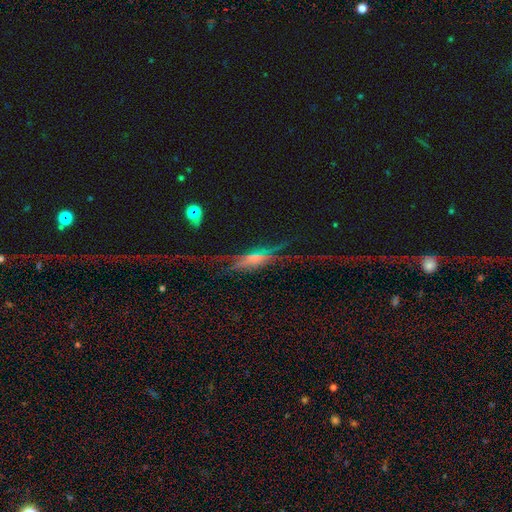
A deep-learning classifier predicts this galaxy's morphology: A featured or disk galaxy (65%) viewed edge-on (62%). Merging: none (46%).